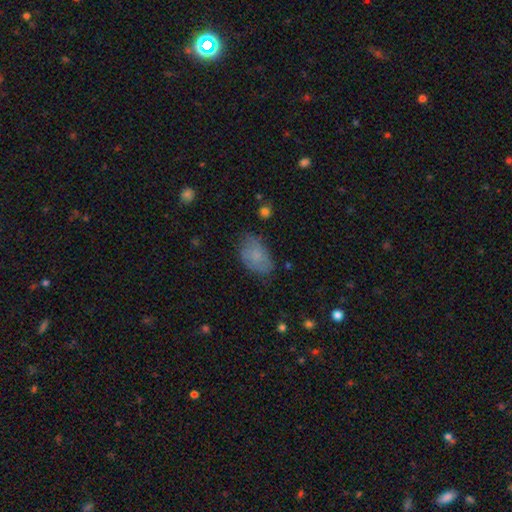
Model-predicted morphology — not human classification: smooth_or_featured: smooth (p=0.73) [alt: featured or disk p=0.18]
how_rounded: in between (p=0.91) [alt: round p=0.08]
merging: none (p=0.63) [alt: minor disturbance p=0.27]